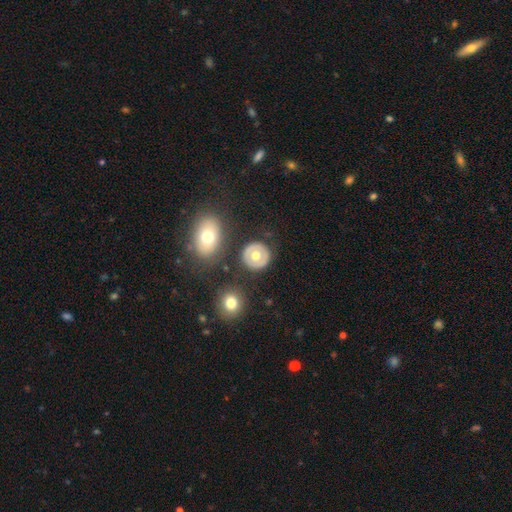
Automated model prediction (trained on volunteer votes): This appears to be a smooth galaxy with no disk features (55%) that is round (90%). Merging: none (86%).